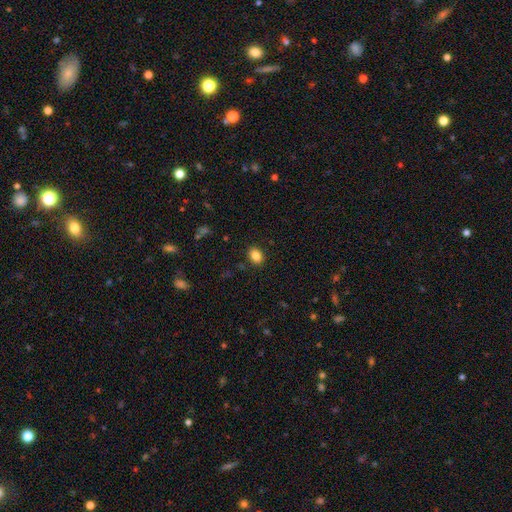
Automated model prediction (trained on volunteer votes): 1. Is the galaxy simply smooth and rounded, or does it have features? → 86% smooth, 10% star or artifact, 5% featured or disk.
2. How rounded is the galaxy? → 70% in between, 29% round, 1% cigar-shaped.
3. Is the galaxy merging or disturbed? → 88% none, 9% minor disturbance, 2% major disturbance, 1% merger.